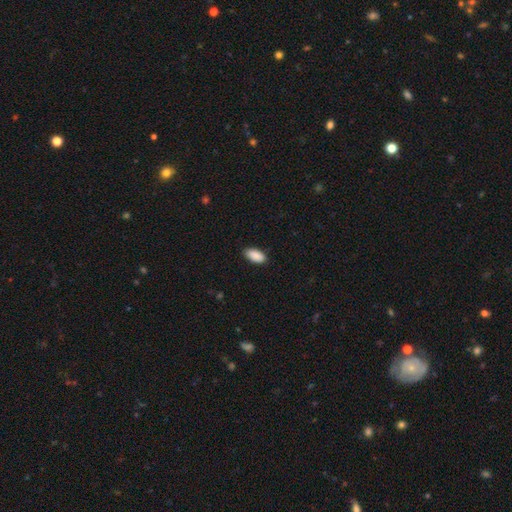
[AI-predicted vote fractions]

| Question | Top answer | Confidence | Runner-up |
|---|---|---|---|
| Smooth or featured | smooth | 90% | star or artifact (6%) |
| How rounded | in between | 93% | cigar-shaped (4%) |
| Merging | none | 85% | minor disturbance (12%) |